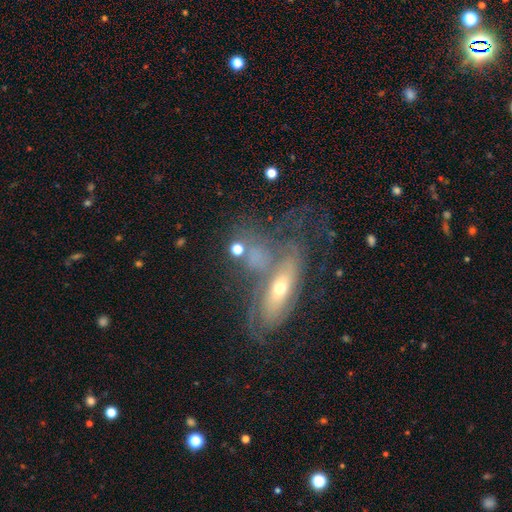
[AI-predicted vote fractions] Smooth or featured: featured or disk — 63% (smooth — 26%)
Edge-on disk: no — 83% (yes — 17%)
Bar: no — 74% (weak — 18%)
Spiral arms: yes — 65% (no — 35%)
Bulge size: small — 53% (moderate — 41%)
Merging: none — 39% (merger — 25%)